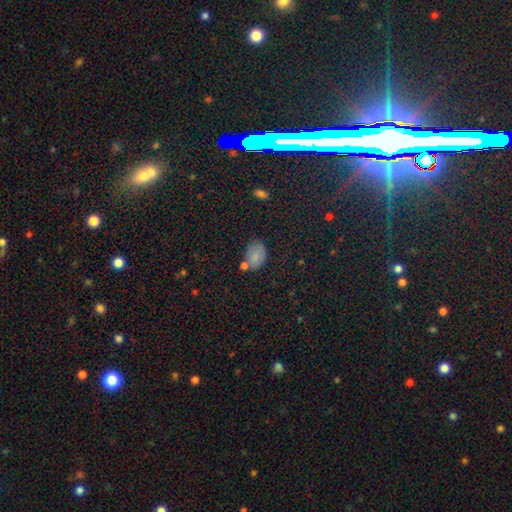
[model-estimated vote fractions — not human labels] Overall: smooth (82%). How rounded: in between (84%). Merging: none (58%; minor disturbance 20%).